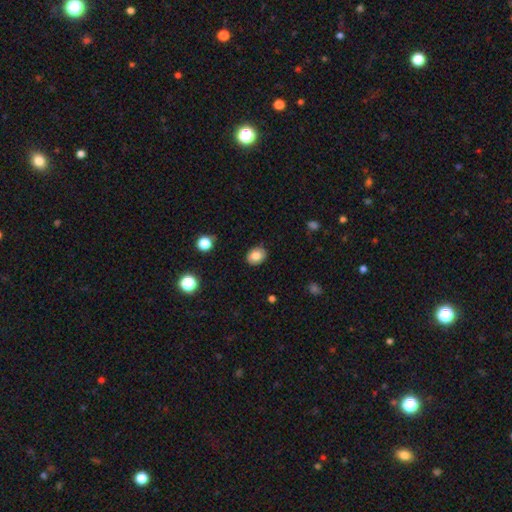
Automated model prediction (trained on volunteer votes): Smooth or featured? Predicted: smooth (p=0.80). How rounded? Predicted: in between (p=0.53). Merging? Predicted: none (p=0.86).